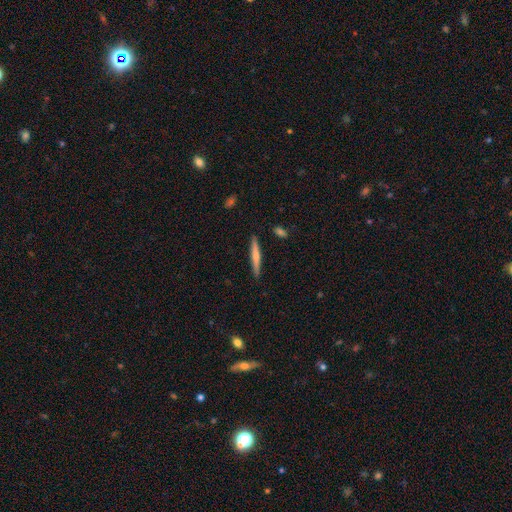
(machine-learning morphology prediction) type=smooth (54%); roundness=cigar-shaped (94%); merging=none (89%).